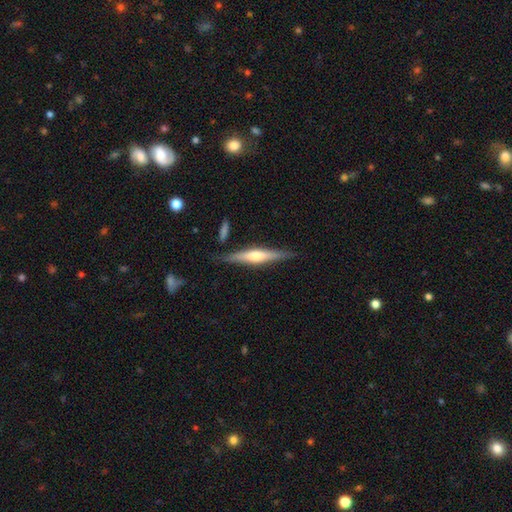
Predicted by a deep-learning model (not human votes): A featured or disk galaxy (64%) viewed edge-on (96%) with a rounded central bulge (77%).

Vote fractions:
- Smooth or featured? featured or disk: 64% / smooth: 30% / star or artifact: 6%
- Edge-on disk? yes: 96% / no: 4%
- Edge-on bulge? rounded: 77% / boxy: 14% / none: 9%
- Merging? none: 84% / minor disturbance: 11% / merger: 3% / major disturbance: 2%